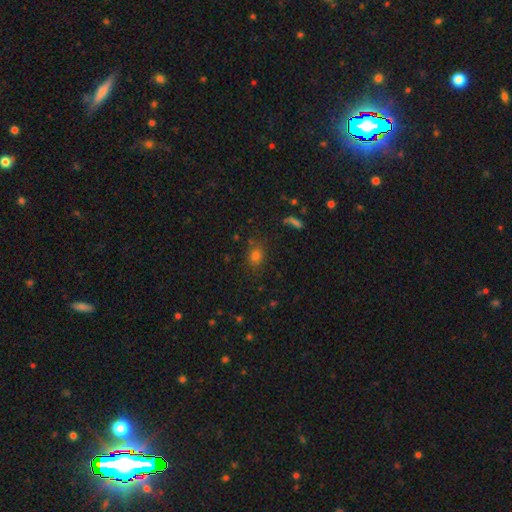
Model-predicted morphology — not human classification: type=smooth (72%); roundness=round (53%); merging=none (77%).